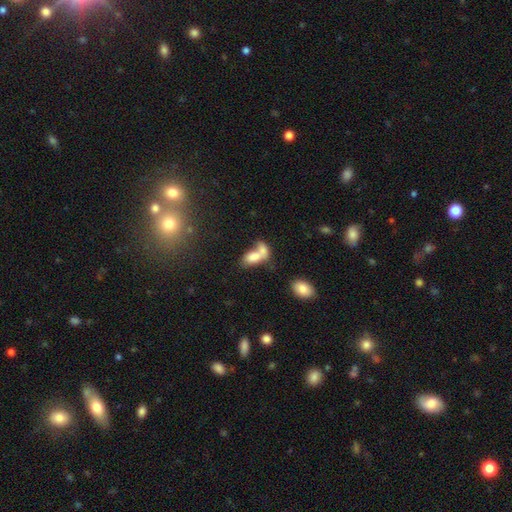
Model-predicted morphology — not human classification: smooth_or_featured: smooth (p=0.75) [alt: featured or disk p=0.16]
how_rounded: in between (p=0.87) [alt: round p=0.08]
merging: merger (p=0.66) [alt: none p=0.19]